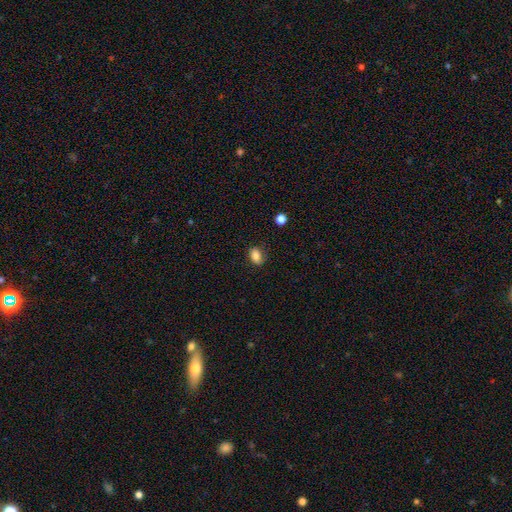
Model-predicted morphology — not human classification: A smooth galaxy with no disk features (80%) that is in between round and cigar-shaped (78%).

Vote fractions:
- Smooth or featured? smooth: 80% / star or artifact: 10% / featured or disk: 10%
- How rounded? in between: 78% / round: 20% / cigar-shaped: 2%
- Merging? none: 72% / minor disturbance: 21% / major disturbance: 6% / merger: 2%